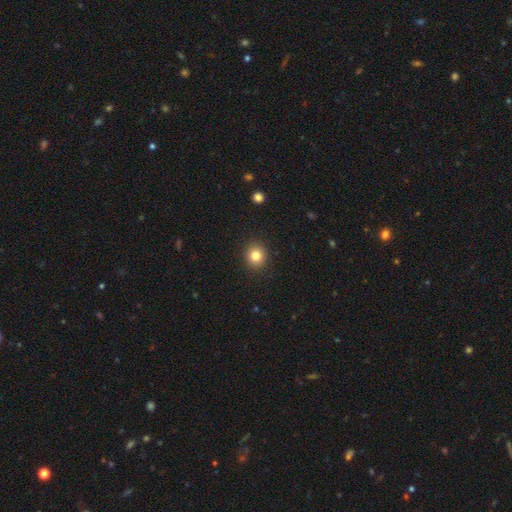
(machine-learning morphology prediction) This is clearly a smooth galaxy (83%). How rounded: clearly round (84%). Merging: clearly none (91%).